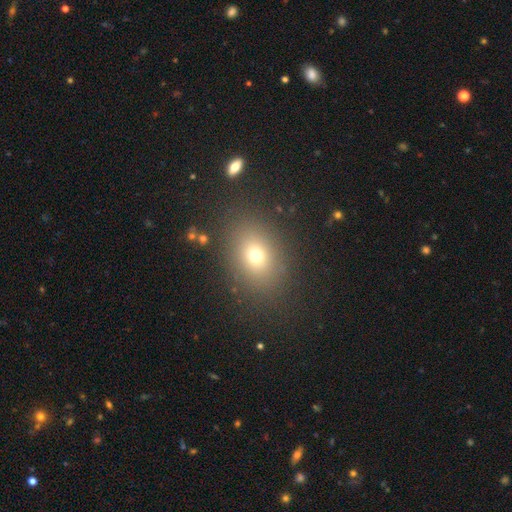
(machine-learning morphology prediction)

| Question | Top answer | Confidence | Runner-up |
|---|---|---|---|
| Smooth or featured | smooth | 70% | star or artifact (17%) |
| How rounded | in between | 59% | round (40%) |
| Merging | none | 84% | minor disturbance (9%) |